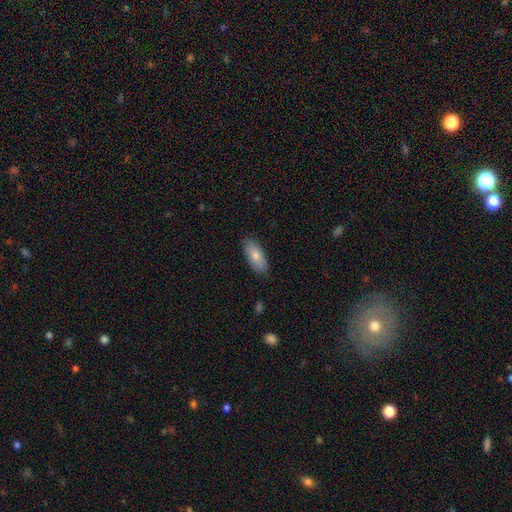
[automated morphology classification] type=smooth (80%); roundness=in between (84%); merging=none (86%).